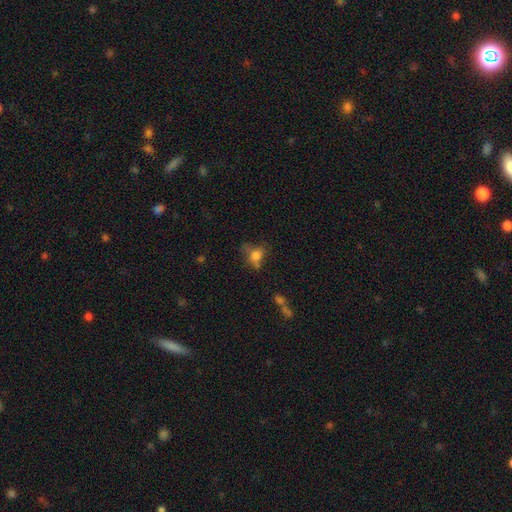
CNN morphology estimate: This is likely a smooth galaxy (67%). How rounded: possibly in between (52%). Merging: marginally none (42%).